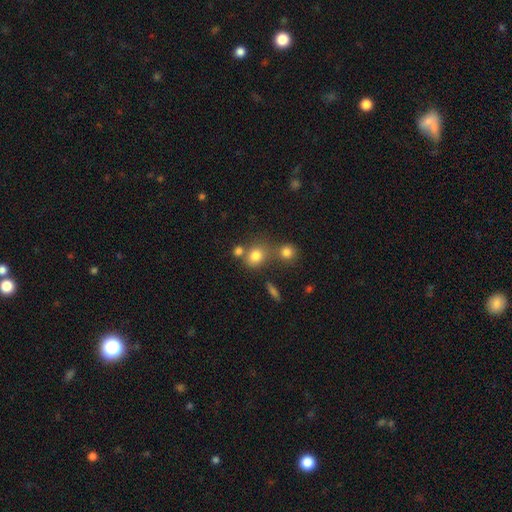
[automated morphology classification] smooth 79%, star or artifact 13%, featured or disk 9%. Down the decision tree: how rounded — round (70%); merging — none (55%).